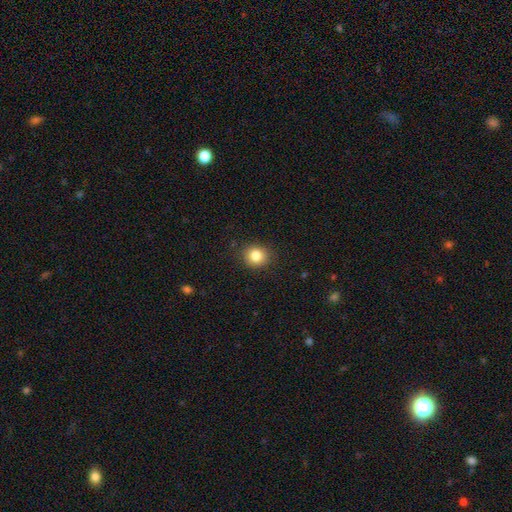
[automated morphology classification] Smooth or featured? smooth (83%)
How rounded? round (82%)
Merging? none (89%)